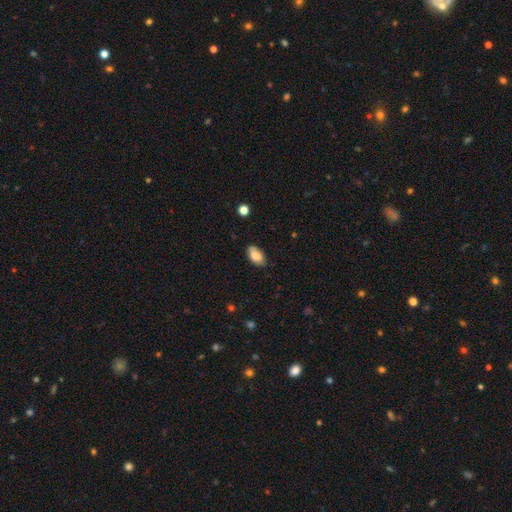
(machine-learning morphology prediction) The model was most divided on "merging": none: 76%, minor disturbance: 19%, major disturbance: 3%, merger: 2%. More confident: how rounded — in between (94%); smooth or featured — smooth (80%).